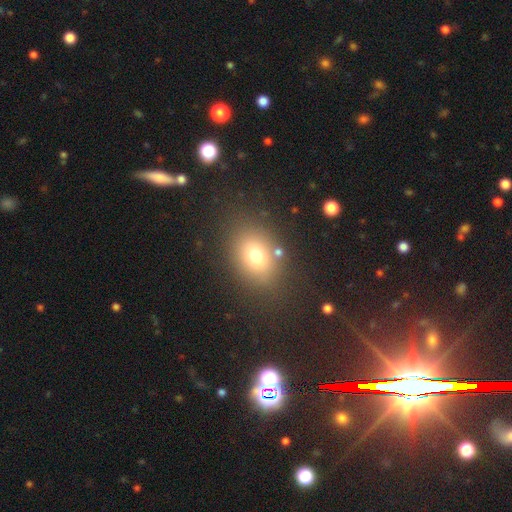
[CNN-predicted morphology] This is likely a smooth galaxy (72%). How rounded: possibly in between (60%). Merging: likely none (79%).